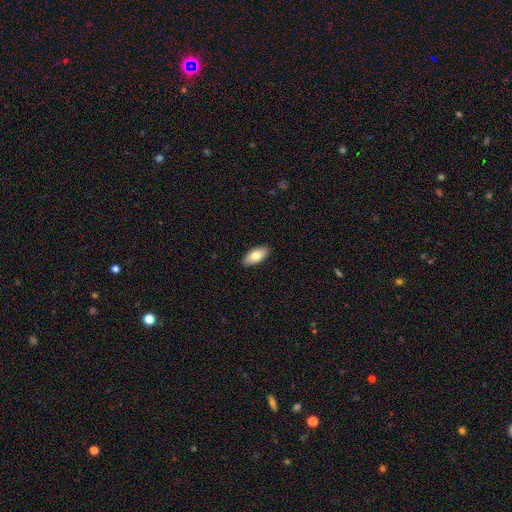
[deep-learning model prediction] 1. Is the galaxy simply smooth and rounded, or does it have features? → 79% smooth, 14% featured or disk, 6% star or artifact.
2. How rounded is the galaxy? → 91% in between, 6% cigar-shaped, 2% round.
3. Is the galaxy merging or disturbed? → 90% none, 7% minor disturbance, 2% major disturbance, 1% merger.